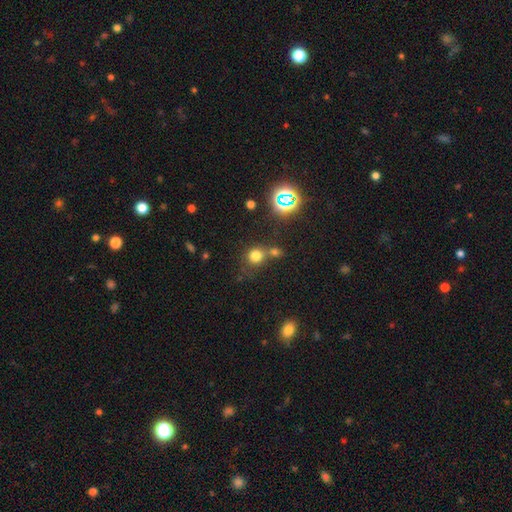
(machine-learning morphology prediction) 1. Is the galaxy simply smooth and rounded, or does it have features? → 72% smooth, 21% star or artifact, 8% featured or disk.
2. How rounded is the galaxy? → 86% round, 13% in between, 1% cigar-shaped.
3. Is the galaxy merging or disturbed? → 56% none, 29% merger, 10% minor disturbance, 5% major disturbance.